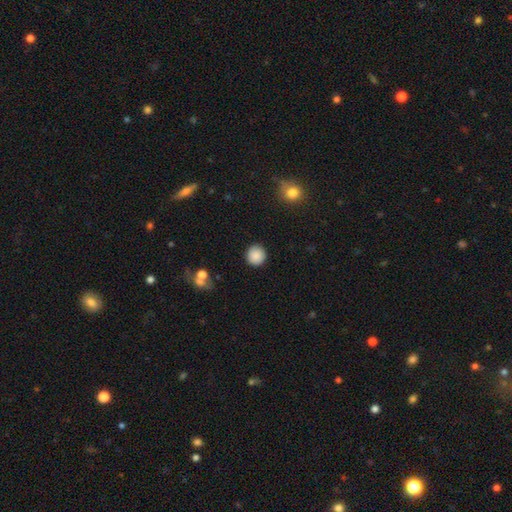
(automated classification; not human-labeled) smooth 87%, star or artifact 9%, featured or disk 4%. Down the decision tree: how rounded — round (93%); merging — none (89%).